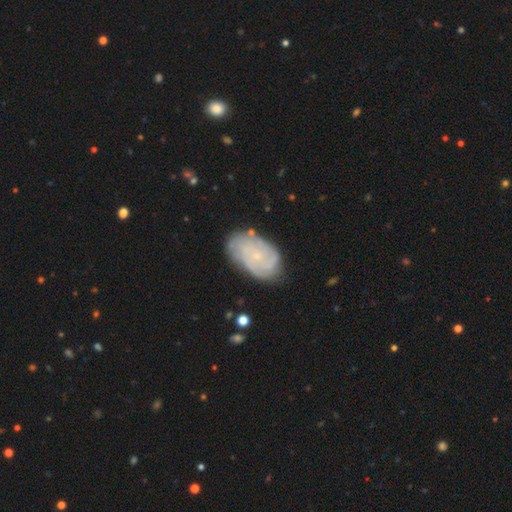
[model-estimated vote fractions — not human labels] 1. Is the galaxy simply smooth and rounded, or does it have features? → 68% featured or disk, 25% smooth, 7% star or artifact.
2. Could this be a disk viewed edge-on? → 96% no, 4% yes.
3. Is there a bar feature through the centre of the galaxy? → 79% no, 18% weak, 3% strong.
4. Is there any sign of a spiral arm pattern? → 88% yes, 12% no.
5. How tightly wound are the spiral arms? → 64% tight, 27% medium, 9% loose.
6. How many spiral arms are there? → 45% can't tell, 16% 2, 15% 3, 13% 4, 6% more than 4, 5% 1.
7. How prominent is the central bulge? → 80% small, 12% moderate, 6% none, 1% large, 1% dominant.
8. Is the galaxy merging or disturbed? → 75% none, 18% minor disturbance, 5% major disturbance, 2% merger.